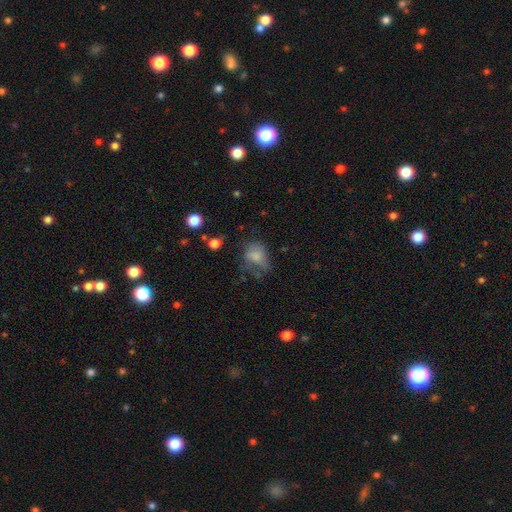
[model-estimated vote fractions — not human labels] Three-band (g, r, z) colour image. It shows a smooth galaxy with no disk features (72%) that is in between round and cigar-shaped (57%). Merging: major disturbance (34%).